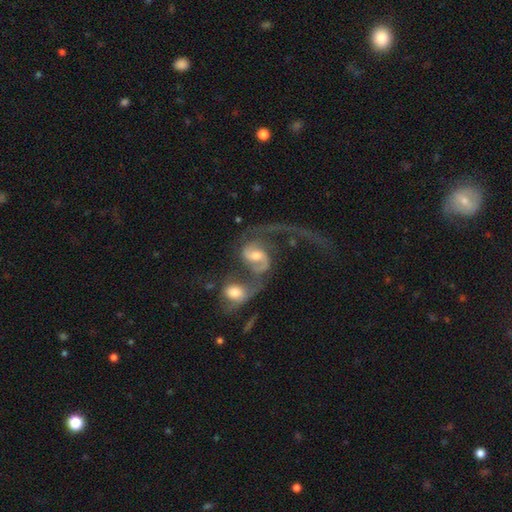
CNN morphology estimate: Smooth or featured?
  - featured or disk: 72% *
  - smooth: 16%
  - star or artifact: 12%
Edge-on disk?
  - no: 96% *
  - yes: 4%
Bar?
  - no: 58% *
  - weak: 31%
  - strong: 12%
Spiral arms?
  - yes: 83% *
  - no: 17%
Spiral winding?
  - loose: 72% *
  - medium: 21%
  - tight: 7%
Spiral arm count?
  - 2: 51% *
  - 1: 39%
  - can't tell: 6%
  - 3: 2%
  - 4: 1%
  - more than 4: 1%
Bulge size?
  - moderate: 48% *
  - small: 25%
  - large: 16%
  - none: 6%
  - dominant: 4%
Merging?
  - merger: 72% *
  - major disturbance: 12%
  - none: 11%
  - minor disturbance: 5%